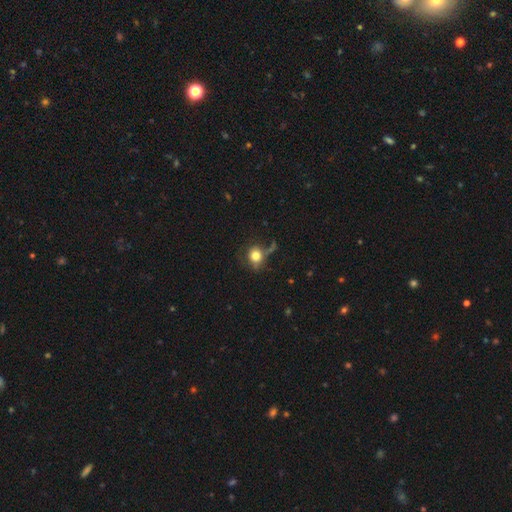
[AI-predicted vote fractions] Q: Smooth or featured?
A: smooth (76%); runner-up: featured or disk (13%)
Q: How rounded?
A: round (80%); runner-up: in between (19%)
Q: Merging?
A: none (54%); runner-up: minor disturbance (22%)